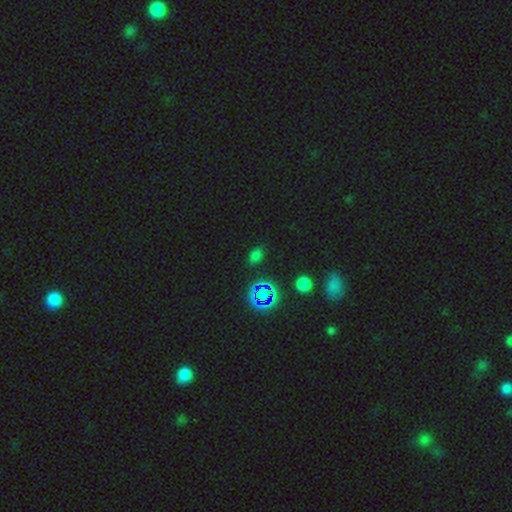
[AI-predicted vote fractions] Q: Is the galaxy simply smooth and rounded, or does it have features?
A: smooth — 55%.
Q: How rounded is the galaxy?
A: in between — 69%.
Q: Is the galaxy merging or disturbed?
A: none — 84%.